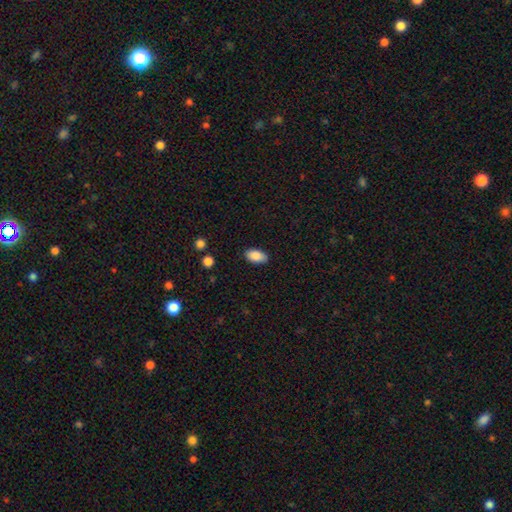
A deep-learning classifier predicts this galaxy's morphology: type=smooth (87%); roundness=in between (94%); merging=none (86%).